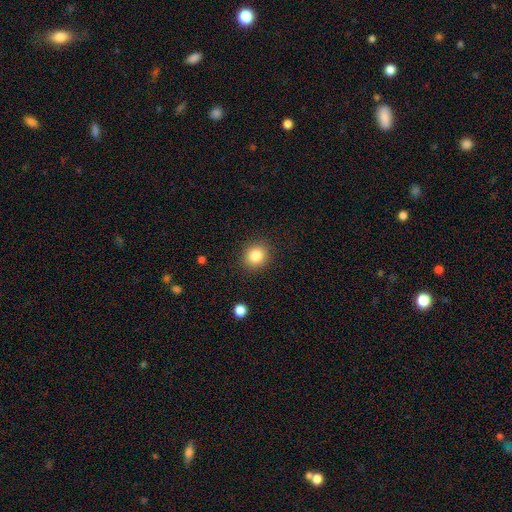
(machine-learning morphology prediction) This is clearly a smooth galaxy (84%). How rounded: clearly round (84%). Merging: clearly none (90%).